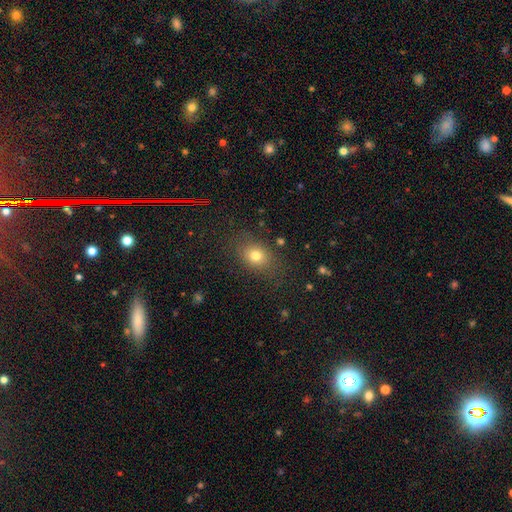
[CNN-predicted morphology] Smooth or featured? smooth (75%)
How rounded? in between (57%)
Merging? none (79%)